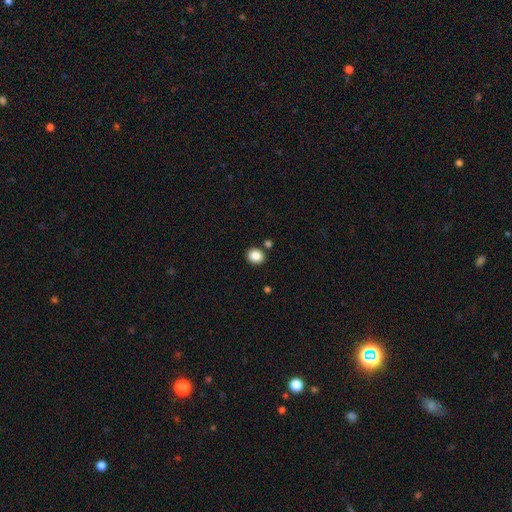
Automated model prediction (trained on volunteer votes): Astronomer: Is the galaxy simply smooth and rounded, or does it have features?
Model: smooth — 87%.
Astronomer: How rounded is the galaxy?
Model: round — 72%.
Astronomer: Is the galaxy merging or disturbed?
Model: none — 84%.